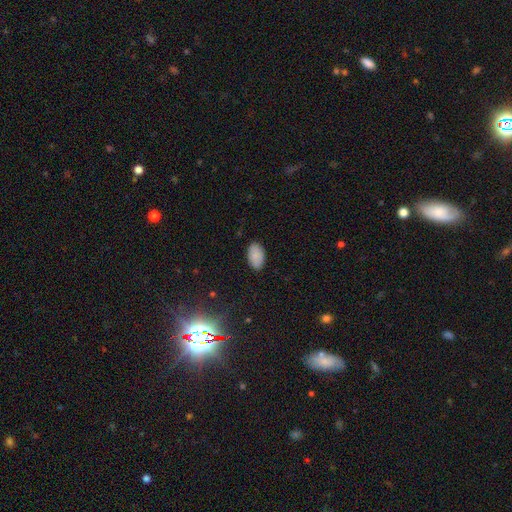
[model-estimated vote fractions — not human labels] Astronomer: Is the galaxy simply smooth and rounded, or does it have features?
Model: smooth — 86%.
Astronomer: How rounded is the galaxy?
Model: in between — 94%.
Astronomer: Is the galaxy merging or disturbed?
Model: none — 86%.